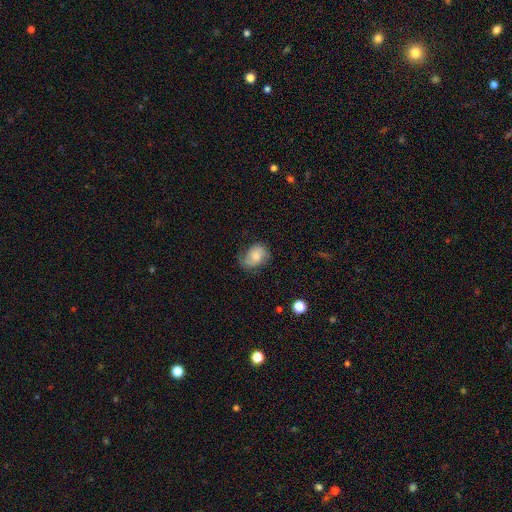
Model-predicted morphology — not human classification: Smooth or featured? Predicted: smooth (p=0.58). How rounded? Predicted: in between (p=0.64). Merging? Predicted: none (p=0.58).